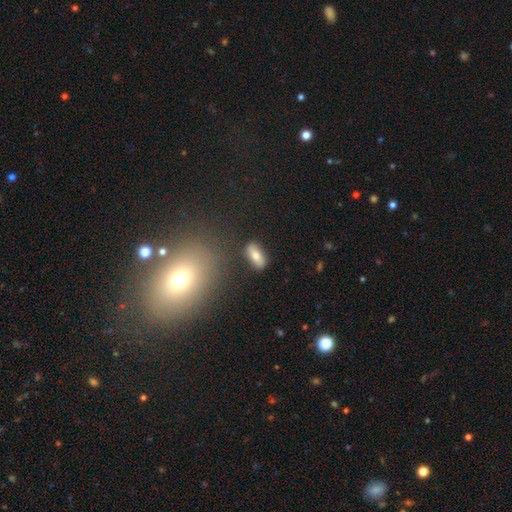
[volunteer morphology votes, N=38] This appears to be a smooth galaxy with no disk features (63%) that is in between round and cigar-shaped (67%). Merging: none (74%).